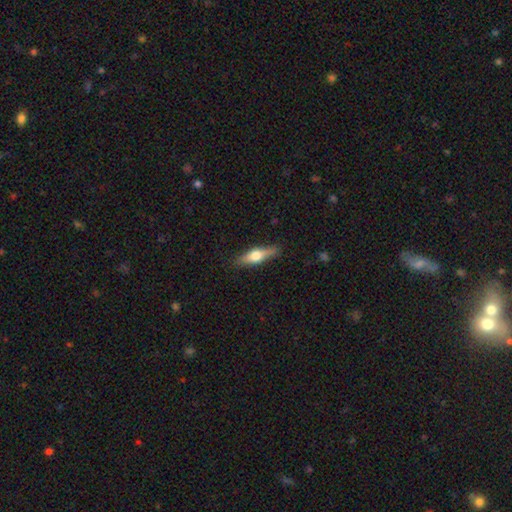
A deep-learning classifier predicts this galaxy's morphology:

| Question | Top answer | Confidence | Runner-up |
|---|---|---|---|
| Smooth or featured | featured or disk | 50% | smooth (44%) |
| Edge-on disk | yes | 94% | no (6%) |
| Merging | none | 86% | minor disturbance (11%) |